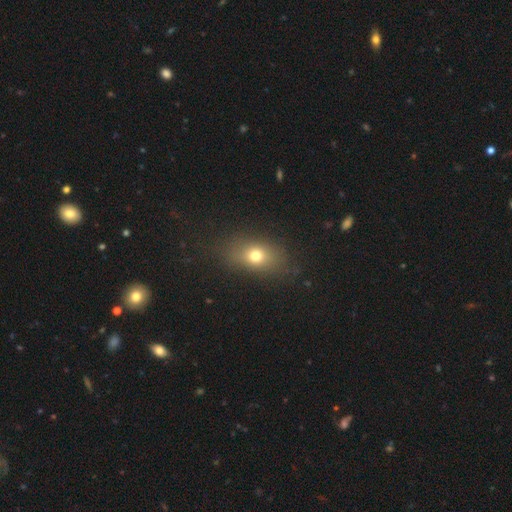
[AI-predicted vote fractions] A smooth galaxy with no disk features (70%) that is in between round and cigar-shaped (63%).

Vote fractions:
- Smooth or featured? smooth: 70% / star or artifact: 15% / featured or disk: 15%
- How rounded? in between: 63% / round: 33% / cigar-shaped: 4%
- Merging? none: 78% / minor disturbance: 14% / major disturbance: 7% / merger: 2%